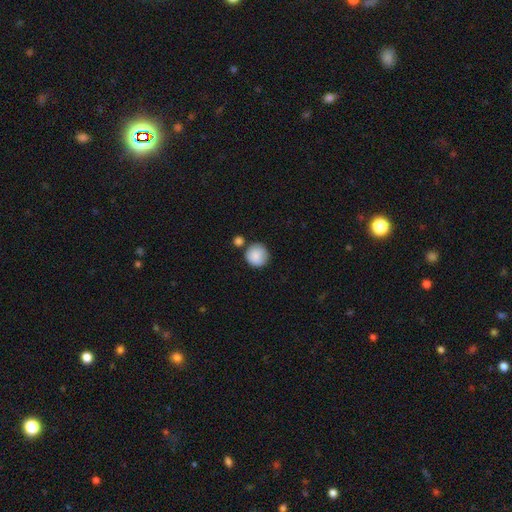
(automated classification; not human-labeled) A smooth galaxy with no disk features (87%) that is round (94%).

Vote fractions:
- Smooth or featured? smooth: 87% / star or artifact: 7% / featured or disk: 6%
- How rounded? round: 94% / in between: 5% / cigar-shaped: 1%
- Merging? none: 73% / minor disturbance: 12% / merger: 12% / major disturbance: 3%